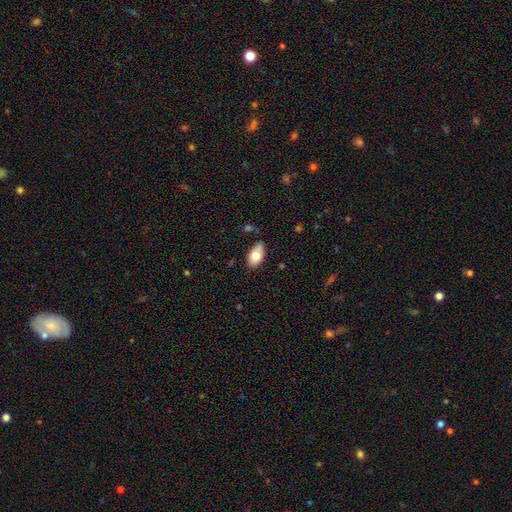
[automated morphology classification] Q: Smooth or featured?
A: smooth (77%); runner-up: featured or disk (16%)
Q: How rounded?
A: in between (92%); runner-up: round (5%)
Q: Merging?
A: none (68%); runner-up: minor disturbance (24%)